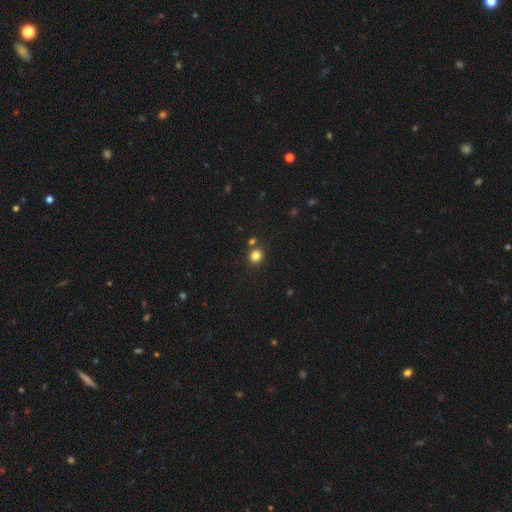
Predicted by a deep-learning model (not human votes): Smooth or featured: smooth — 81% (star or artifact — 14%)
How rounded: round — 86% (in between — 13%)
Merging: none — 82% (merger — 9%)